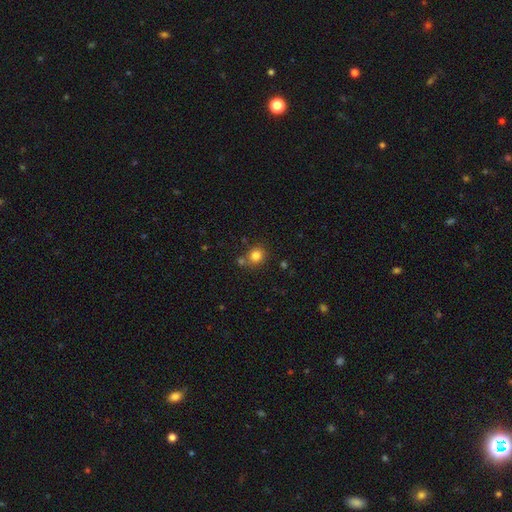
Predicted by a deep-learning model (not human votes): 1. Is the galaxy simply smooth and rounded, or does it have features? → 81% smooth, 12% star or artifact, 7% featured or disk.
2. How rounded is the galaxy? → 84% round, 15% in between, 1% cigar-shaped.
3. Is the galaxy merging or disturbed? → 69% none, 16% merger, 12% minor disturbance, 4% major disturbance.